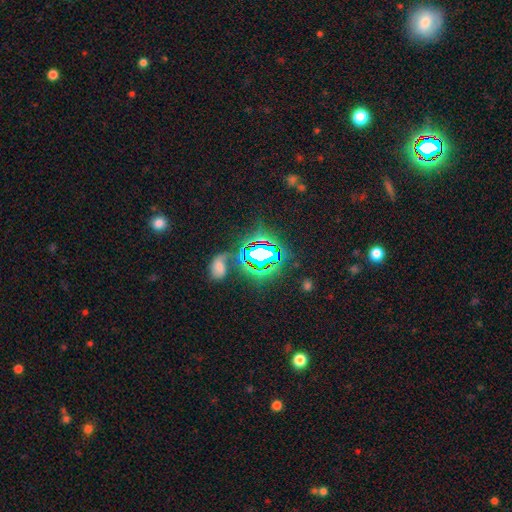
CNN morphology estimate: The model was most divided on "smooth or featured": star or artifact: 81%, smooth: 12%, featured or disk: 7%.